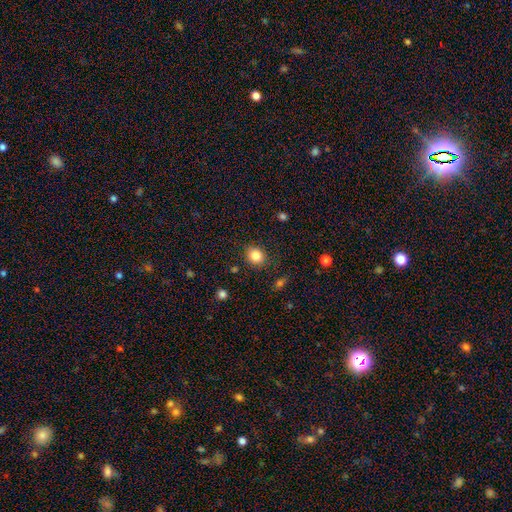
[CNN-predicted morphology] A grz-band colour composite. It shows a smooth galaxy with no disk features (84%) that is round (64%). Merging: none (86%).